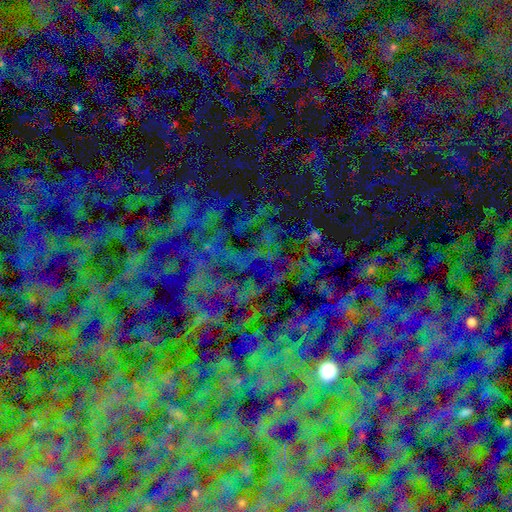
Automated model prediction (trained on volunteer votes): The model was most divided on "smooth or featured": star or artifact: 80%, smooth: 10%, featured or disk: 10%.